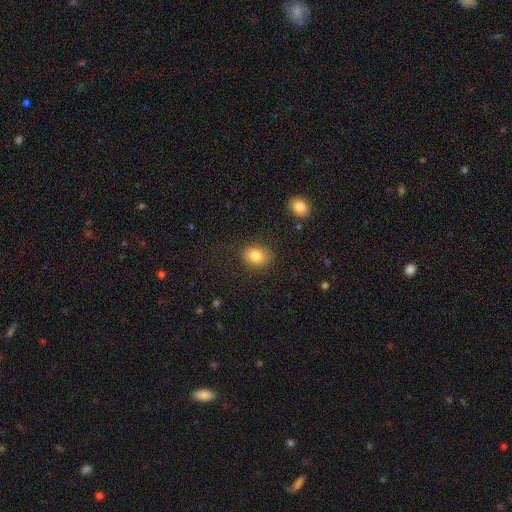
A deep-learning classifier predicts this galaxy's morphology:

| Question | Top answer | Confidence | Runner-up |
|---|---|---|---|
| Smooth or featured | smooth | 83% | star or artifact (10%) |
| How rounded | in between | 57% | round (42%) |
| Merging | none | 83% | minor disturbance (12%) |